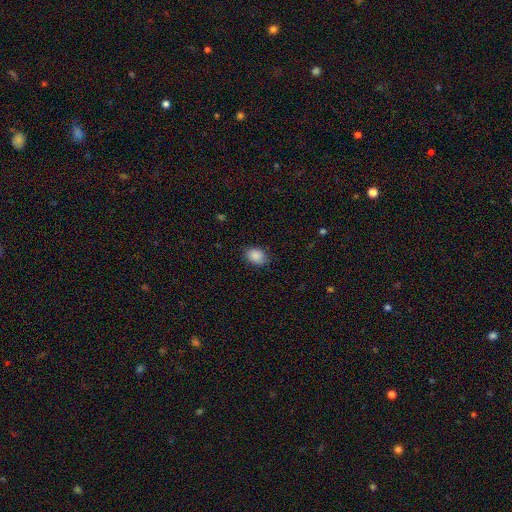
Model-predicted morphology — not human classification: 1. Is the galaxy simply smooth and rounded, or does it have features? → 88% smooth, 8% star or artifact, 4% featured or disk.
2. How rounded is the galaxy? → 65% in between, 35% round, 1% cigar-shaped.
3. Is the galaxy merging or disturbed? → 81% none, 15% minor disturbance, 3% major disturbance, 1% merger.